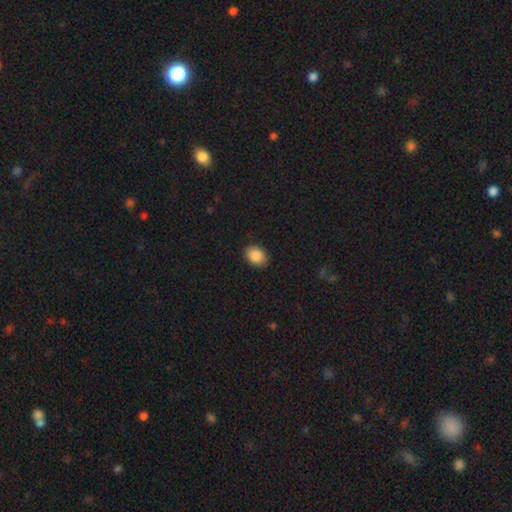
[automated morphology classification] Overall: smooth (88%). How rounded: in between (72%). Merging: none (88%).